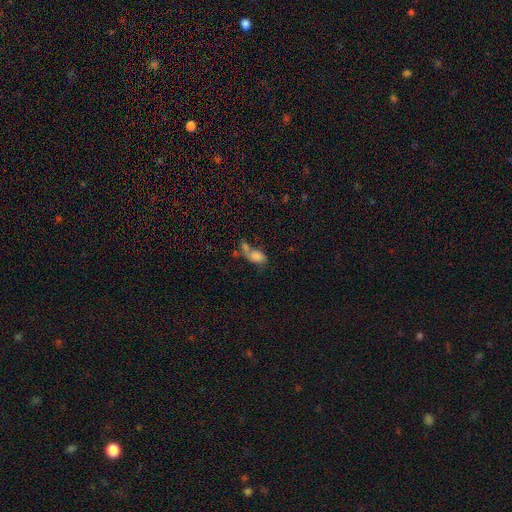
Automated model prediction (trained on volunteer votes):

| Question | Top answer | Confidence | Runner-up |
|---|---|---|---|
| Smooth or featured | smooth | 73% | featured or disk (15%) |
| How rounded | in between | 85% | round (11%) |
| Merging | merger | 47% | none (22%) |